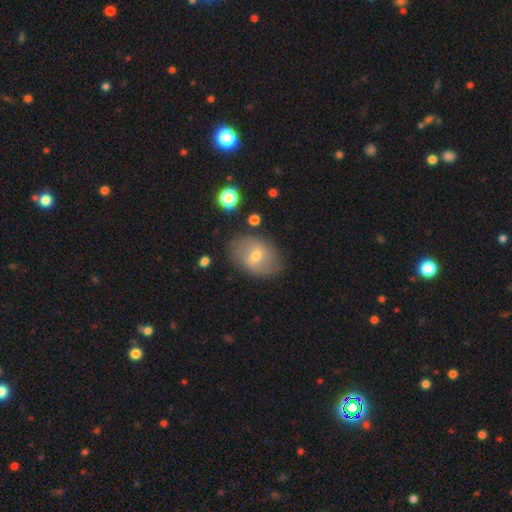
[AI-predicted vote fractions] The model was most divided on "smooth or featured": smooth: 49%, featured or disk: 42%, star or artifact: 9%. More confident: merging — none (79%).